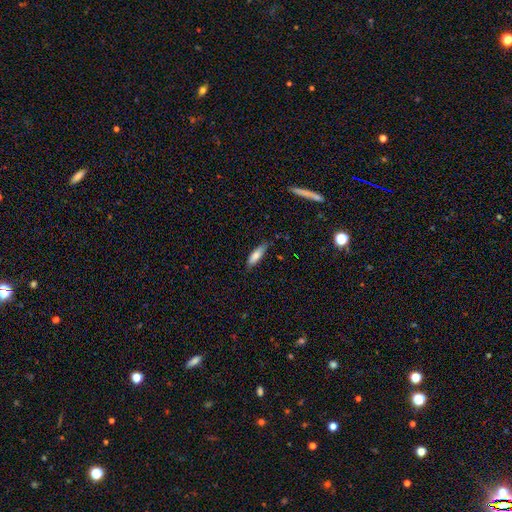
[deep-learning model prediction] Smooth or featured? smooth (77%)
How rounded? cigar-shaped (57%)
Merging? none (75%)